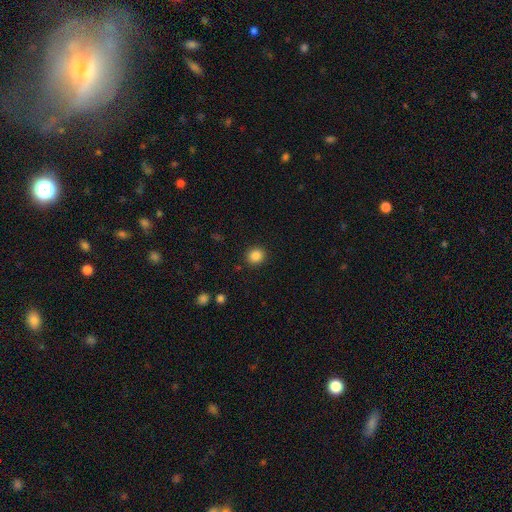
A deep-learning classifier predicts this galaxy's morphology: Smooth or featured? smooth (86%)
How rounded? round (89%)
Merging? none (91%)